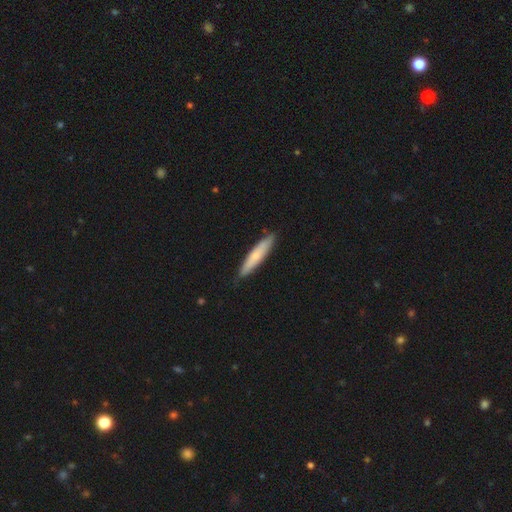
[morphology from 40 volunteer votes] This appears to be a smooth galaxy with no disk features (60%) that is cigar-shaped (92%). Merging: none (89%).